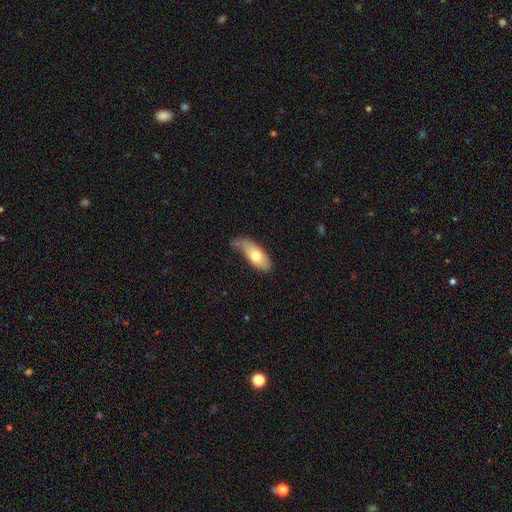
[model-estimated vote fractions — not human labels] Smooth or featured?
  - smooth: 72% *
  - featured or disk: 22%
  - star or artifact: 6%
How rounded?
  - in between: 83% *
  - cigar-shaped: 14%
  - round: 3%
Merging?
  - minor disturbance: 39% * (tied)
  - none: 39% * (tied)
  - major disturbance: 16%
  - merger: 5%